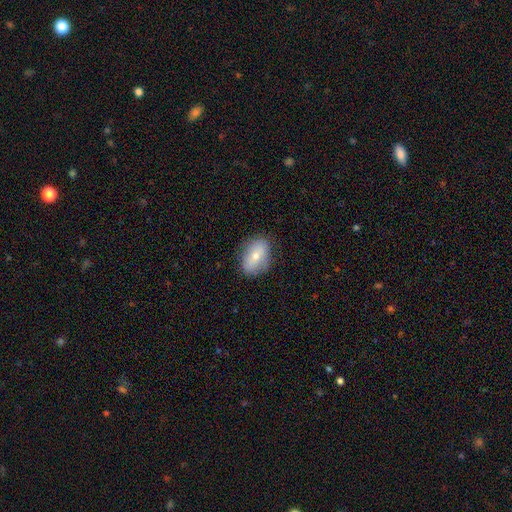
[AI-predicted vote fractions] smooth 66%, featured or disk 27%, star or artifact 8%. Down the decision tree: how rounded — in between (83%); merging — none (78%).